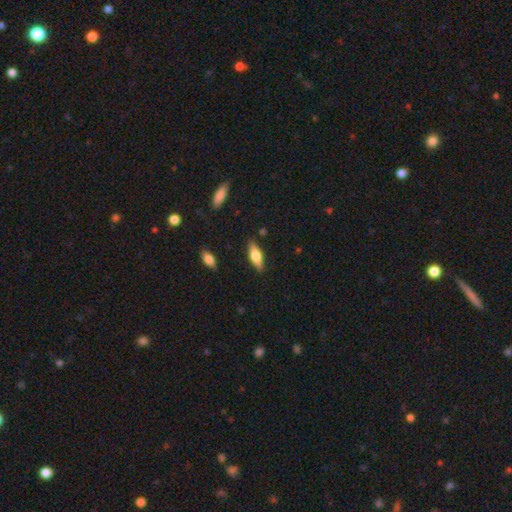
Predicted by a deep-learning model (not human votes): This is possibly a smooth galaxy (49%). Merging: clearly none (86%).